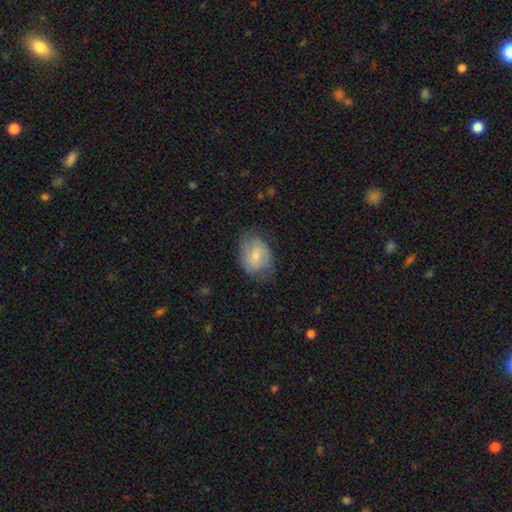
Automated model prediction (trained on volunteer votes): Morphology: type=smooth (55%); roundness=in between (70%); merging=none (61%).